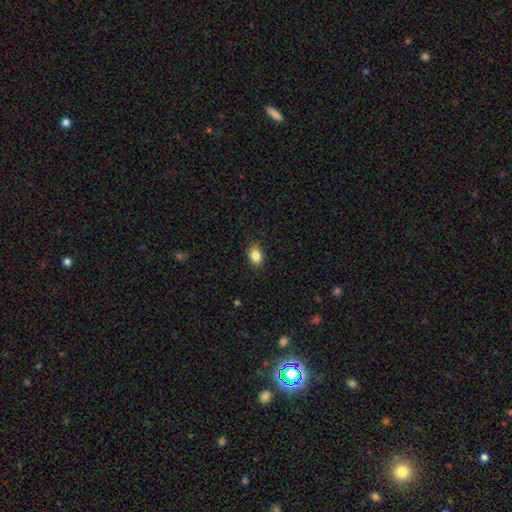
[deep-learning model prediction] Smooth or featured? Predicted: smooth (p=0.85). How rounded? Predicted: in between (p=0.71). Merging? Predicted: none (p=0.78).